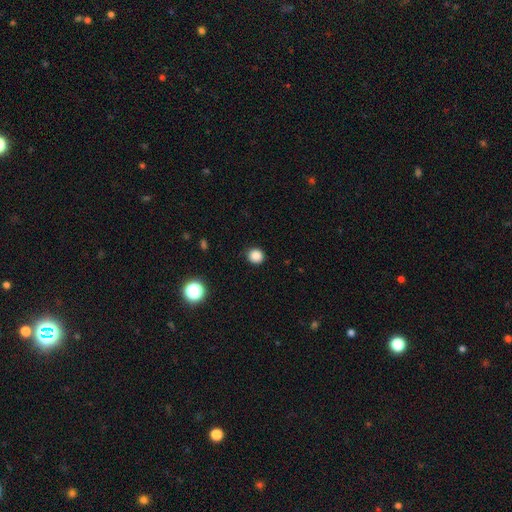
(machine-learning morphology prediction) The model was most divided on "smooth or featured": smooth: 86%, star or artifact: 12%, featured or disk: 3%. More confident: how rounded — round (92%); merging — none (90%).